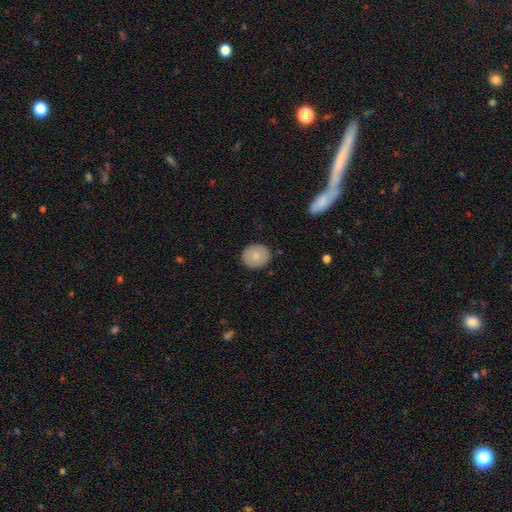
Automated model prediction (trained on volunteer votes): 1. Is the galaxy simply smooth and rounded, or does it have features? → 82% smooth, 11% featured or disk, 7% star or artifact.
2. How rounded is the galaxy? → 82% round, 17% in between, 1% cigar-shaped.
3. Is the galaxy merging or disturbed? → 90% none, 7% minor disturbance, 2% major disturbance, 1% merger.